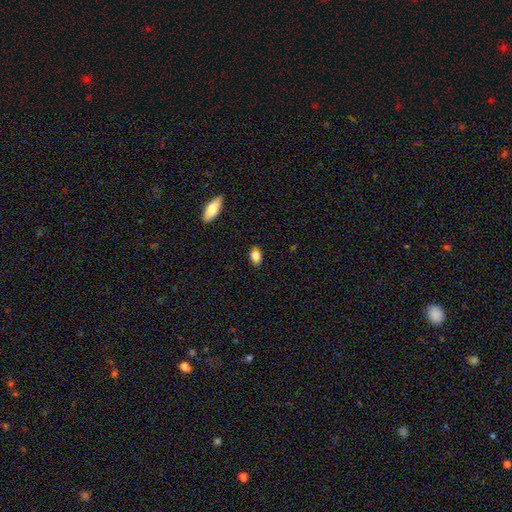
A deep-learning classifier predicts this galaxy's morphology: Smooth or featured?
  - smooth: 84% *
  - star or artifact: 9%
  - featured or disk: 6%
How rounded?
  - in between: 76% *
  - round: 21%
  - cigar-shaped: 2%
Merging?
  - none: 84% *
  - minor disturbance: 12%
  - major disturbance: 2%
  - merger: 1%